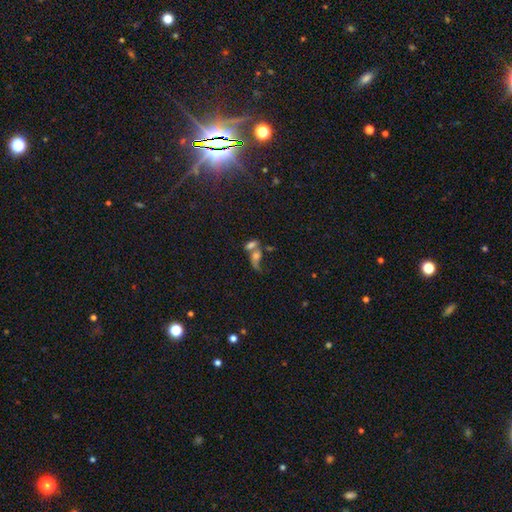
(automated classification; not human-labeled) Smooth or featured?
  - smooth: 44% *
  - featured or disk: 36%
  - star or artifact: 20%
Merging?
  - merger: 62% *
  - none: 18%
  - major disturbance: 12%
  - minor disturbance: 8%